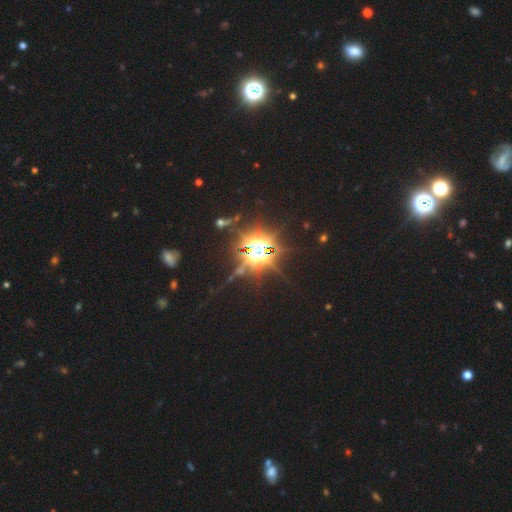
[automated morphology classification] A star or artifact, not a galaxy (85%).

Vote fractions:
- Smooth or featured? star or artifact: 85% / smooth: 9% / featured or disk: 6%